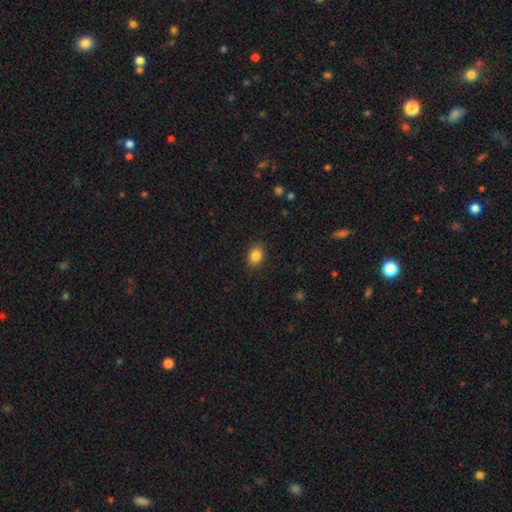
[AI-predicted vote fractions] This is clearly a smooth galaxy (86%). How rounded: likely in between (70%). Merging: clearly none (88%).